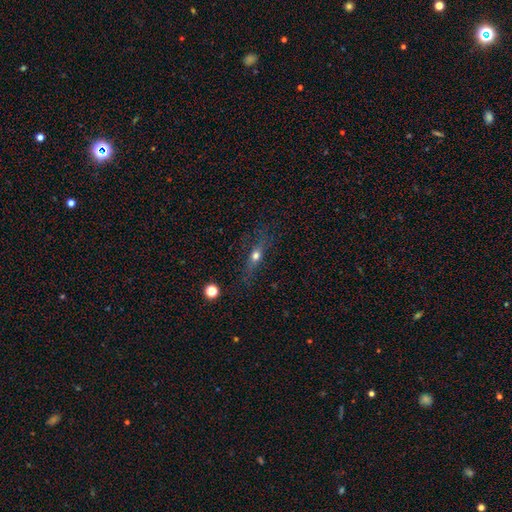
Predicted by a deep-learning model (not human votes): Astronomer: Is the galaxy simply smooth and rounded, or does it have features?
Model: smooth — 49% (runner-up: featured or disk, 38%).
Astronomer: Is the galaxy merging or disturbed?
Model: none — 72%.